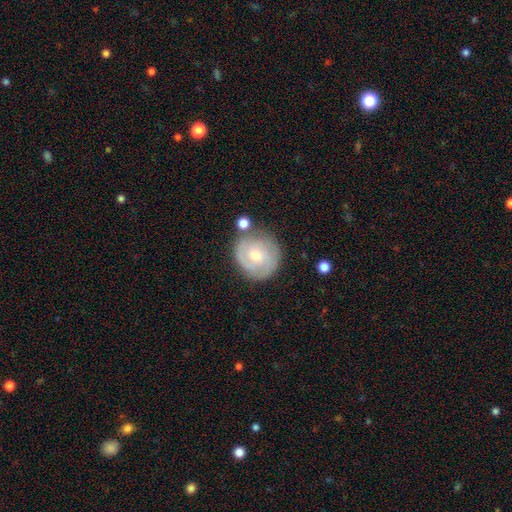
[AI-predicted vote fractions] The model was most divided on "bulge size": small: 53%, moderate: 43%, large: 2%, none: 1%, dominant: 1%. More confident: edge-on disk — no (97%); spiral arms — yes (78%); bar — no (71%); merging — none (71%); smooth or featured — featured or disk (57%).